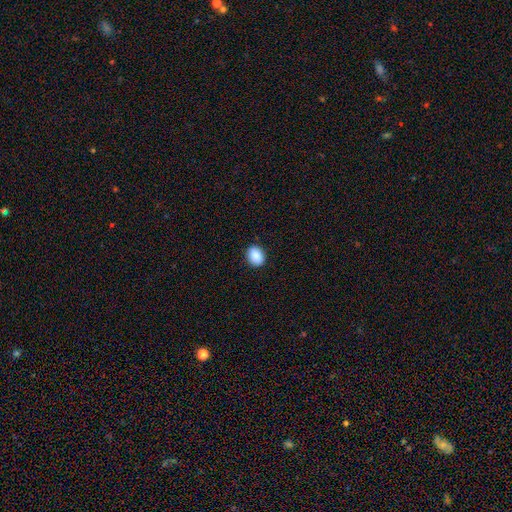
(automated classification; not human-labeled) Smooth or featured: smooth — 88% (star or artifact — 8%)
How rounded: in between — 58% (round — 41%)
Merging: none — 89% (minor disturbance — 8%)